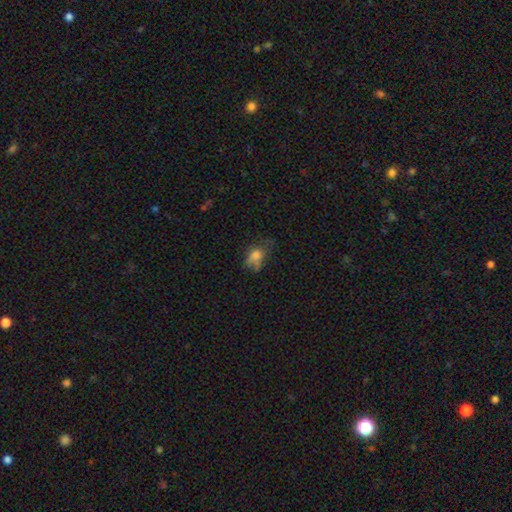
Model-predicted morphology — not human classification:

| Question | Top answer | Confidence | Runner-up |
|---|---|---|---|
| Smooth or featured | smooth | 66% | featured or disk (19%) |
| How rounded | in between | 68% | round (30%) |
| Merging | major disturbance | 35% | none (31%) |